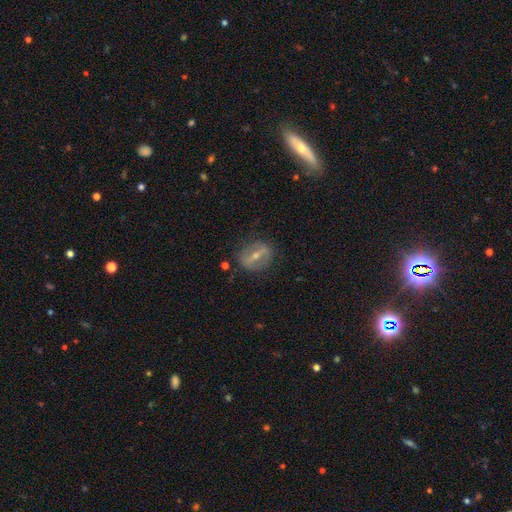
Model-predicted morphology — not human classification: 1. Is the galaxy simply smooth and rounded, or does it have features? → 67% featured or disk, 24% smooth, 9% star or artifact.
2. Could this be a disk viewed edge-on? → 84% no, 16% yes.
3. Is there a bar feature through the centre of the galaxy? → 67% strong, 23% weak, 10% no.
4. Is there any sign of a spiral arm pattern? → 70% no, 30% yes.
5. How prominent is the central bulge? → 48% small, 47% moderate, 2% none, 2% large, 1% dominant.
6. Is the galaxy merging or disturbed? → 79% none, 14% minor disturbance, 5% major disturbance, 2% merger.